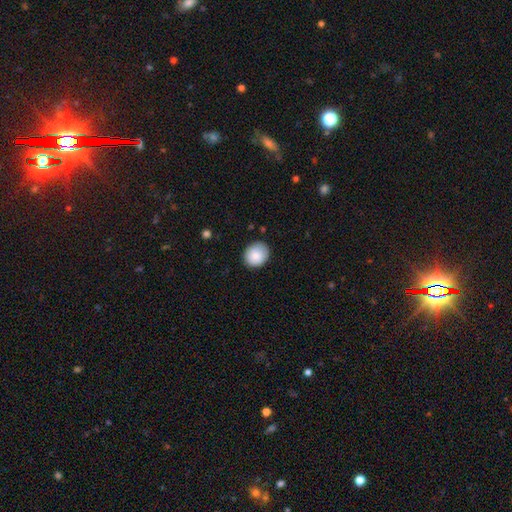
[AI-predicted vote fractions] Smooth or featured?
  - smooth: 86% *
  - star or artifact: 7%
  - featured or disk: 6%
How rounded?
  - round: 74% *
  - in between: 25%
  - cigar-shaped: 1%
Merging?
  - none: 86% *
  - minor disturbance: 11%
  - major disturbance: 2%
  - merger: 1%